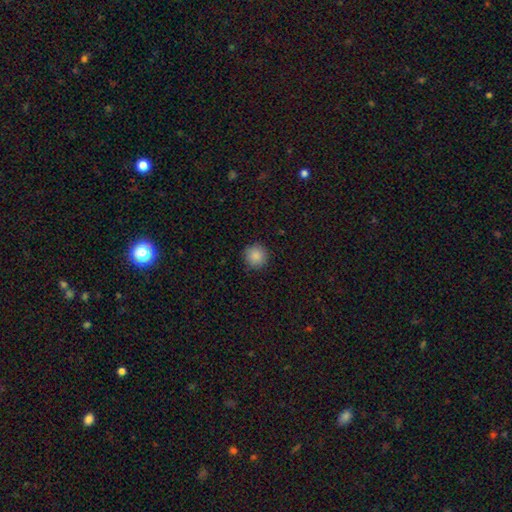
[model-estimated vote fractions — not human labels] This appears to be a smooth galaxy with no disk features (87%) that is round (95%). Merging: none (91%).